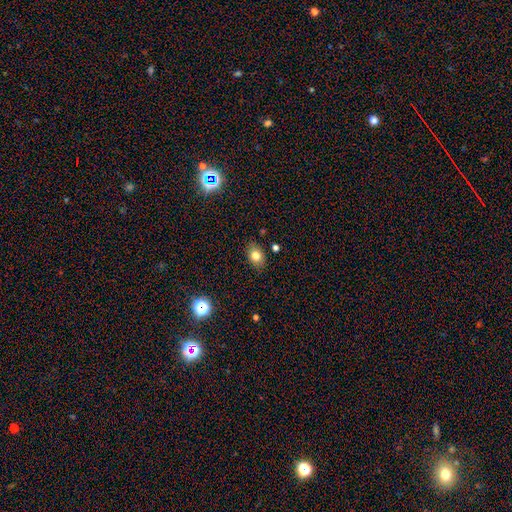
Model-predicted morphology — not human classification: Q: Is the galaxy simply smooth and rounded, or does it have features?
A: smooth — 78%.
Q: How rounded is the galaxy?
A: in between — 70%.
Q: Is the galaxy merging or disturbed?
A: none — 83%.